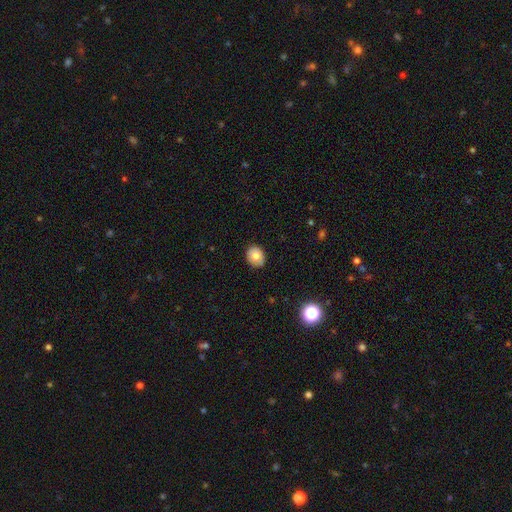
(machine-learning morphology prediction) smooth_or_featured: smooth (p=0.78) [alt: featured or disk p=0.13]
how_rounded: round (p=0.58) [alt: in between p=0.41]
merging: none (p=0.87) [alt: minor disturbance p=0.10]